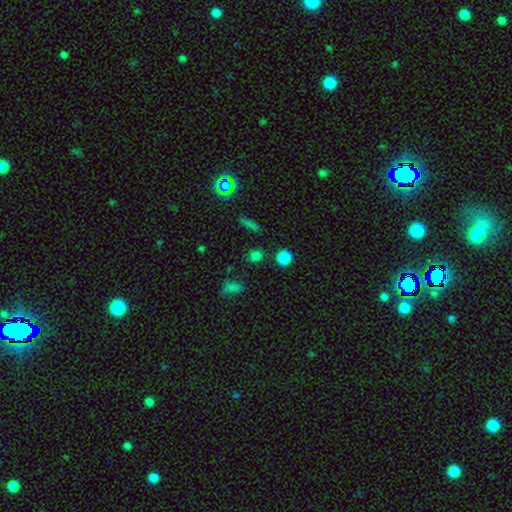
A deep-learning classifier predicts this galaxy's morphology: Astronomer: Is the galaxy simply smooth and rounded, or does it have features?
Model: smooth — 77%.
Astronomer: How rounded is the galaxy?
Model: round — 81%.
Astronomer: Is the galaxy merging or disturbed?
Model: none — 84%.